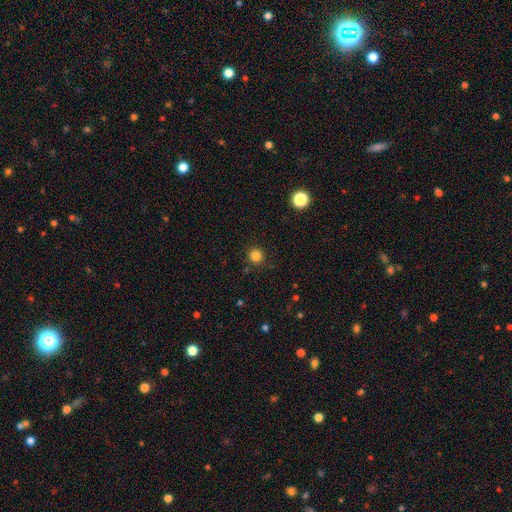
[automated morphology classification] smooth-or-featured: smooth: 83% | star or artifact: 13% | featured or disk: 4%
  how-rounded: round: 95% | in between: 4% | cigar-shaped: 1%
  merging: none: 90% | minor disturbance: 6% | major disturbance: 2% | merger: 2%